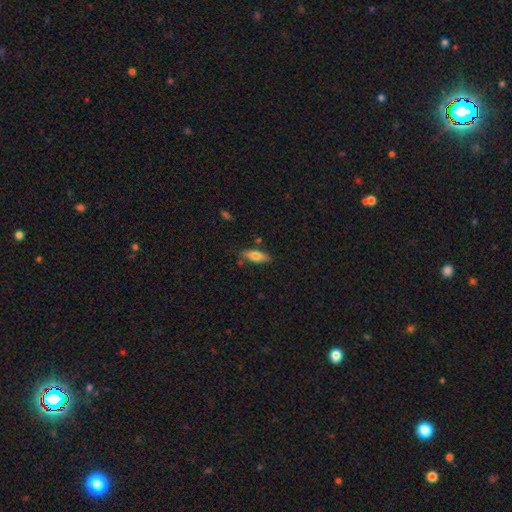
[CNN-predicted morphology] type=smooth (72%); roundness=in between (57%); merging=none (77%).